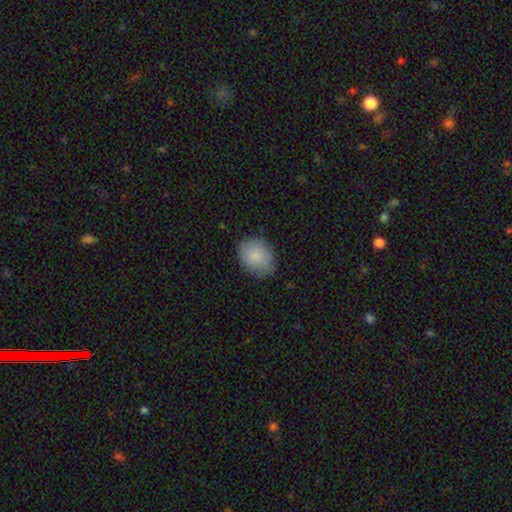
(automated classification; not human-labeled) A smooth galaxy with no disk features (85%) that is in between round and cigar-shaped (54%).

Vote fractions:
- Smooth or featured? smooth: 85% / featured or disk: 7% / star or artifact: 7%
- How rounded? in between: 54% / round: 46% / cigar-shaped: 1%
- Merging? none: 77% / minor disturbance: 18% / major disturbance: 4% / merger: 1%